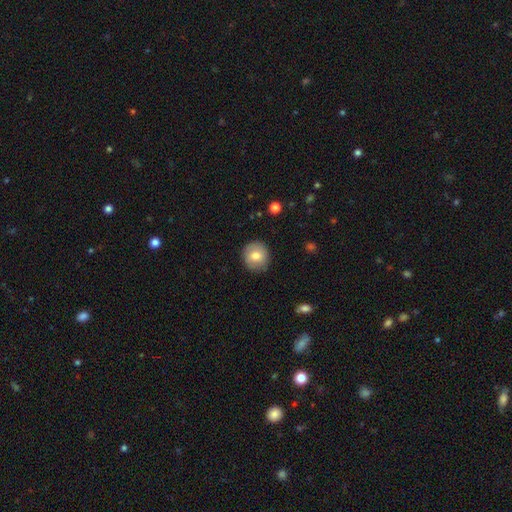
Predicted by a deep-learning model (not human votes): The model was most divided on "smooth or featured": smooth: 76%, featured or disk: 16%, star or artifact: 8%. More confident: how rounded — round (88%); merging — none (87%).